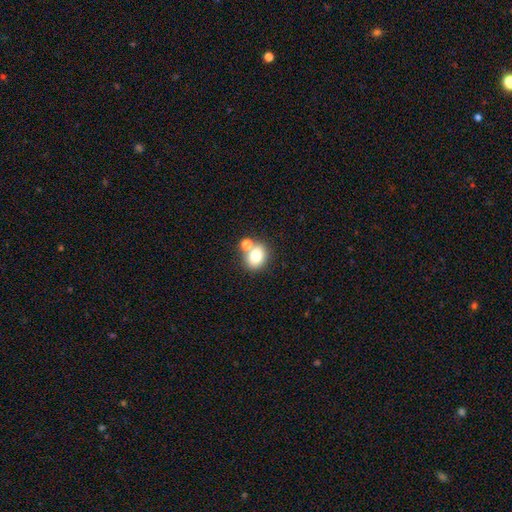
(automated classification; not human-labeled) Overall: smooth (77%). How rounded: round (62%; in between 37%). Merging: none (58%; merger 29%).